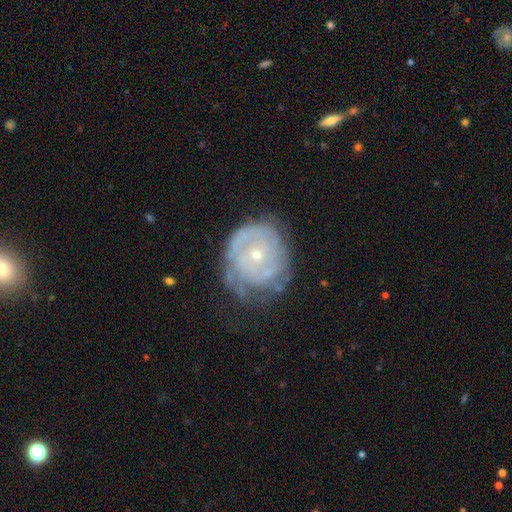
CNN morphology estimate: This appears to be a featured or disk galaxy (76%) with no bar (81%), tight (72%) spiral arms (82%) and a small central bulge (73%). Merging: none (56%).